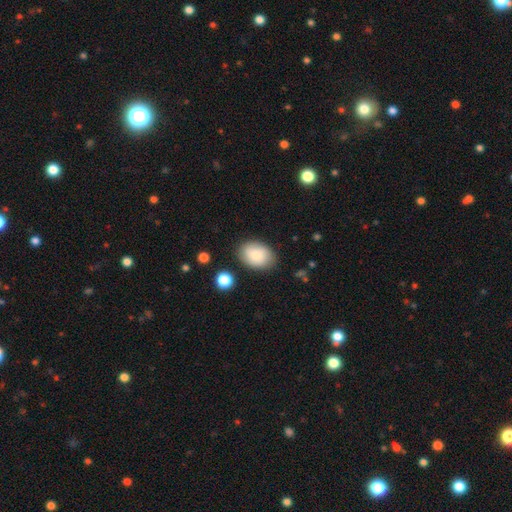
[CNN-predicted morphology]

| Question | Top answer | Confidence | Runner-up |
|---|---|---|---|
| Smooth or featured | smooth | 80% | featured or disk (13%) |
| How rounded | in between | 79% | round (19%) |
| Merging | none | 81% | minor disturbance (14%) |